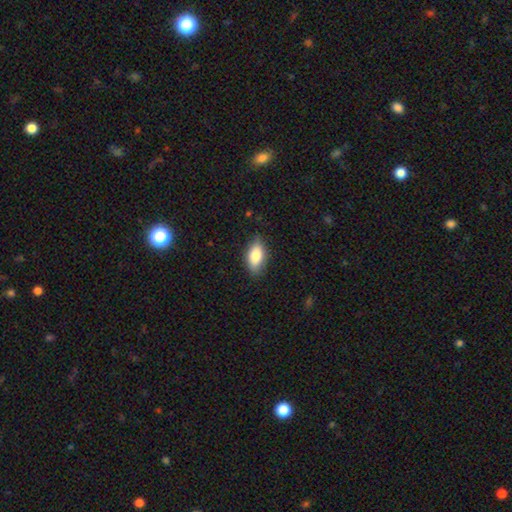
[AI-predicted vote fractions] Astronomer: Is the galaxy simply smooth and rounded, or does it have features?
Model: smooth — 82%.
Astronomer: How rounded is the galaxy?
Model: in between — 89%.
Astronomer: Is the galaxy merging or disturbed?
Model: none — 81%.